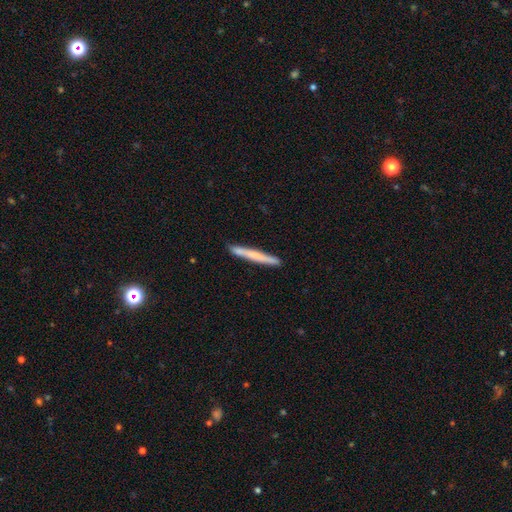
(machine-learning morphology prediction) smooth_or_featured: smooth (p=0.62) [alt: featured or disk p=0.33]
how_rounded: cigar-shaped (p=0.97) [alt: in between p=0.02]
merging: none (p=0.87) [alt: minor disturbance p=0.09]